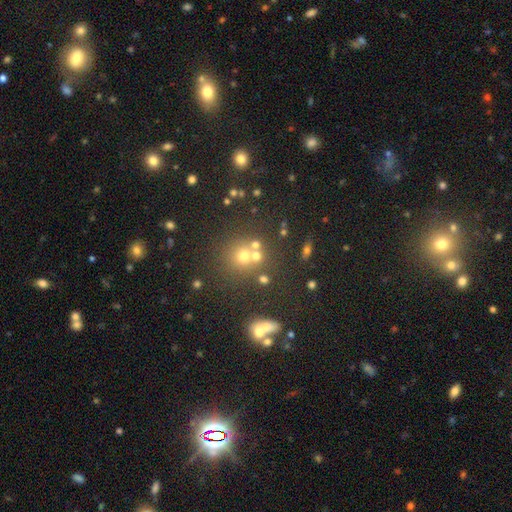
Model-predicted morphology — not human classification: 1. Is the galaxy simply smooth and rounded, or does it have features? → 62% smooth, 23% star or artifact, 15% featured or disk.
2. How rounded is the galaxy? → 85% round, 14% in between, 1% cigar-shaped.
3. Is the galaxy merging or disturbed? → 56% none, 30% merger, 10% minor disturbance, 5% major disturbance.